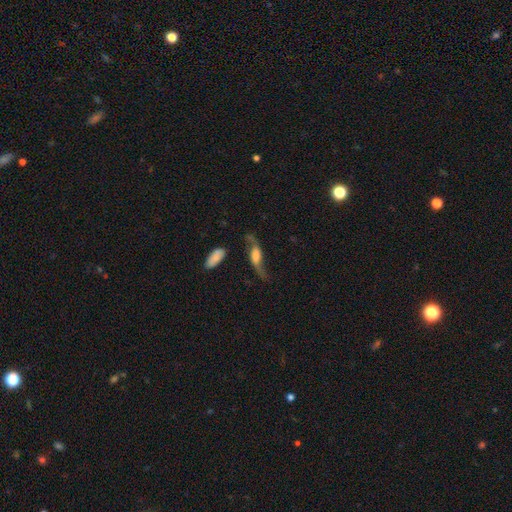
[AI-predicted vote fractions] smooth-or-featured: featured or disk: 74% | smooth: 19% | star or artifact: 7%
  disk-edge-on: no: 76% | yes: 24%
    bar: no: 44% | weak: 37% | strong: 19%
    has-spiral-arms: yes: 91% | no: 9%
      spiral-winding: loose: 90% | medium: 7% | tight: 2%
      spiral-arm-count: 2: 91% | 1: 4% | can't tell: 3% | 3: 1% | 4: 1% | more than 4: 1%
    bulge-size: moderate: 31% | large: 30% | small: 18% | none: 13% | dominant: 8%
  merging: none: 59% | minor disturbance: 19% | major disturbance: 17% | merger: 5%